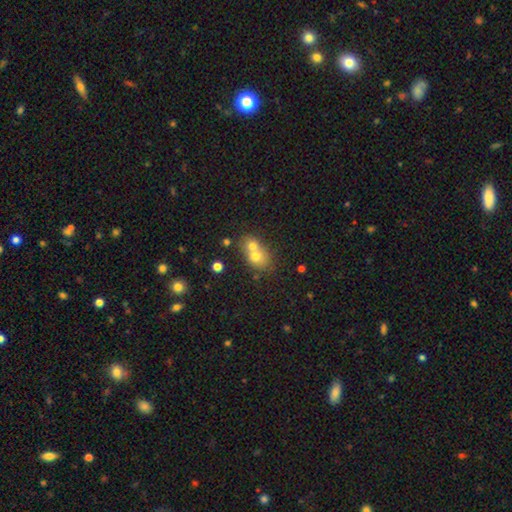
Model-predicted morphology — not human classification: A smooth galaxy with no disk features (66%) that is round (58%).

Vote fractions:
- Smooth or featured? smooth: 66% / featured or disk: 21% / star or artifact: 12%
- How rounded? round: 58% / in between: 40% / cigar-shaped: 1%
- Merging? merger: 64% / none: 27% / minor disturbance: 6% / major disturbance: 3%